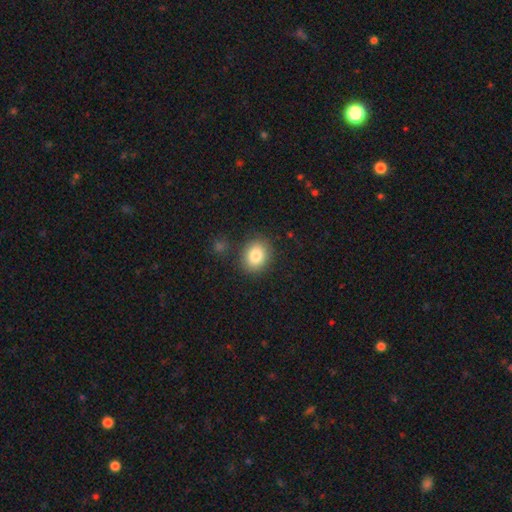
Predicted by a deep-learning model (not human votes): smooth 83%, star or artifact 9%, featured or disk 8%. Down the decision tree: how rounded — round (56%); merging — none (84%).